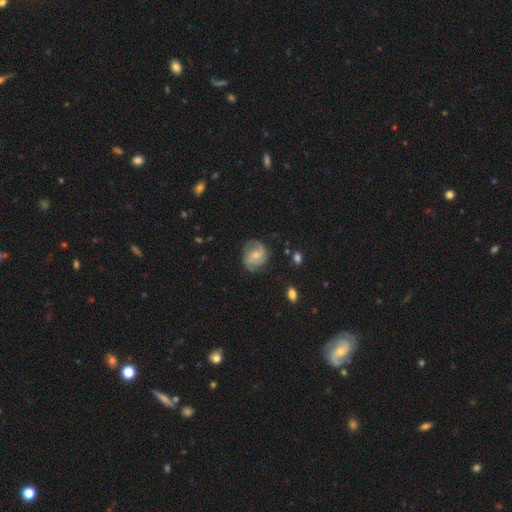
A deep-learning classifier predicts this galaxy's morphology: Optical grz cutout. It shows a featured or disk galaxy (75%) with no bar (50%), 2 (58%) medium (44%) spiral arms (94%) and a small central bulge (57%). Merging: none (73%).